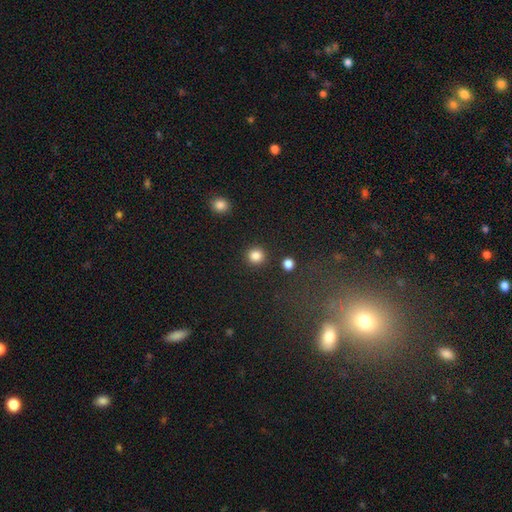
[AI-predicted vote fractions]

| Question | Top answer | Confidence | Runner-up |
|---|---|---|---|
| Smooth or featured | smooth | 86% | star or artifact (11%) |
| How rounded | round | 92% | in between (7%) |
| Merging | none | 90% | minor disturbance (6%) |